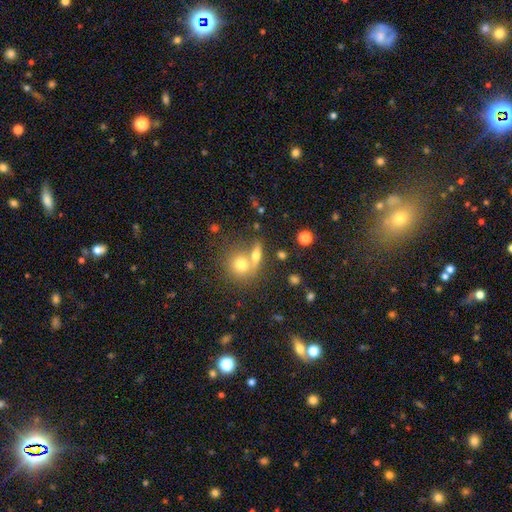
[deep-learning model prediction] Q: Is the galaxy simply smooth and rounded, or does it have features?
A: smooth — 59%.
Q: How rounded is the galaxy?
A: round — 43%.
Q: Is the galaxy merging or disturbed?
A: none — 51%.